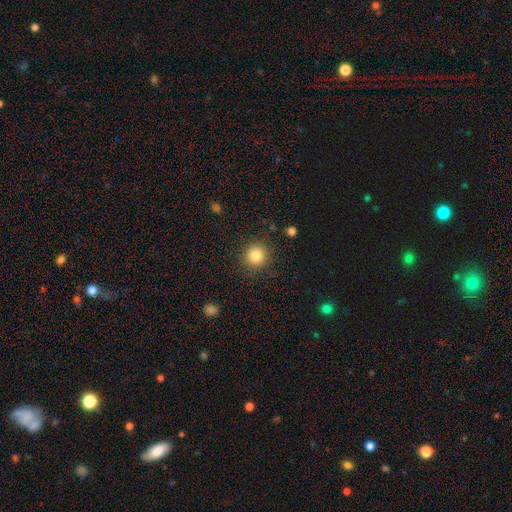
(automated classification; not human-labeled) Smooth or featured?
  - smooth: 84% *
  - star or artifact: 11%
  - featured or disk: 5%
How rounded?
  - round: 92% *
  - in between: 7%
  - cigar-shaped: 1%
Merging?
  - none: 88% *
  - minor disturbance: 7%
  - major disturbance: 3%
  - merger: 1%